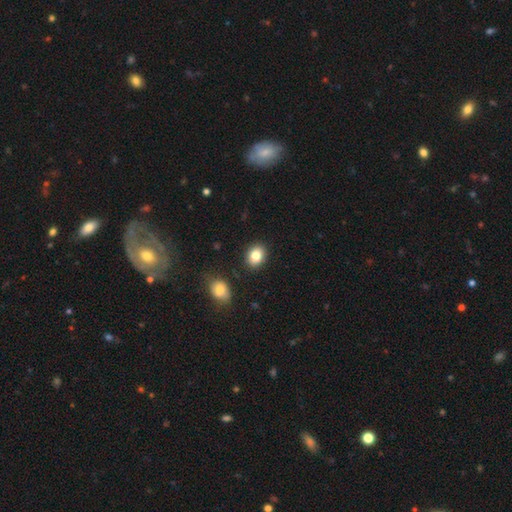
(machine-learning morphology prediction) smooth_or_featured: smooth (p=0.83) [alt: star or artifact p=0.09]
how_rounded: in between (p=0.58) [alt: round p=0.41]
merging: none (p=0.87) [alt: minor disturbance p=0.08]